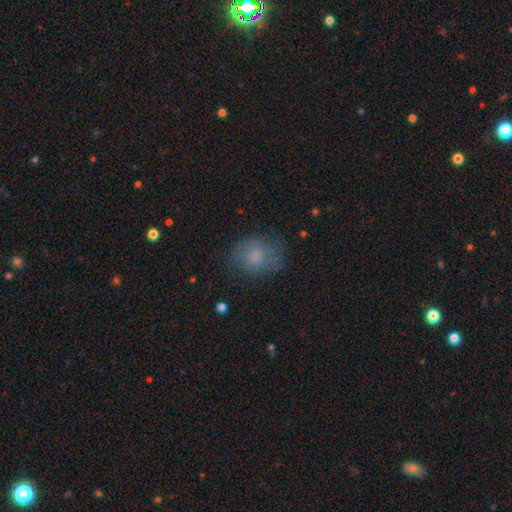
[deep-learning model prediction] The model was most divided on "how rounded": in between: 51%, round: 48%, cigar-shaped: 1%. More confident: smooth or featured — smooth (72%); merging — none (68%).